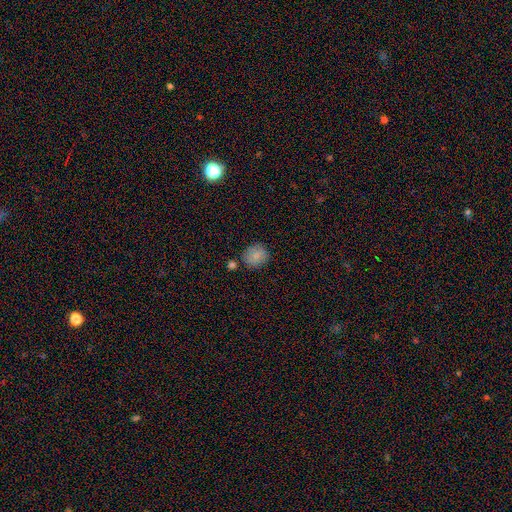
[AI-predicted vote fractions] Smooth or featured? Predicted: smooth (p=0.81). How rounded? Predicted: round (p=0.72). Merging? Predicted: none (p=0.75).